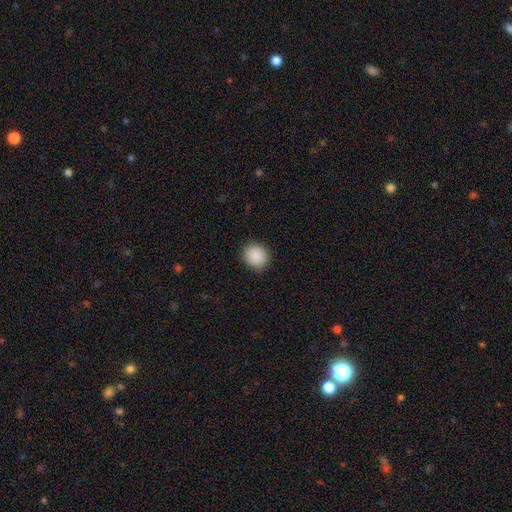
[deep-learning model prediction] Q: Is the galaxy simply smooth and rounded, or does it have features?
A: smooth — 90%.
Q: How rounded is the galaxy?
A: round — 79%.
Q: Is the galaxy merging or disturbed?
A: none — 90%.